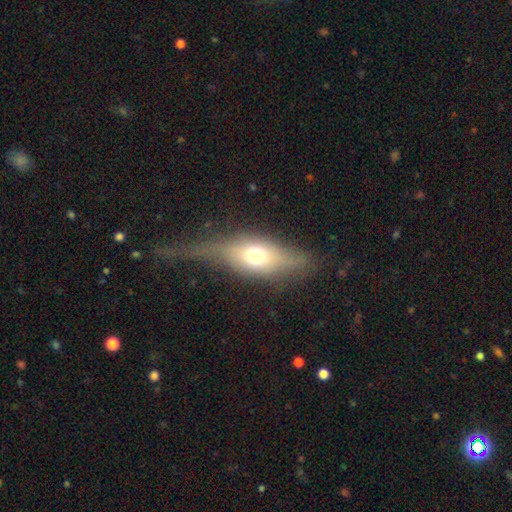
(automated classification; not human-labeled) A smooth galaxy with no disk features (49%).

Vote fractions:
- Smooth or featured? smooth: 49% / featured or disk: 42% / star or artifact: 10%
- Merging? none: 57% / minor disturbance: 23% / major disturbance: 18% / merger: 2%